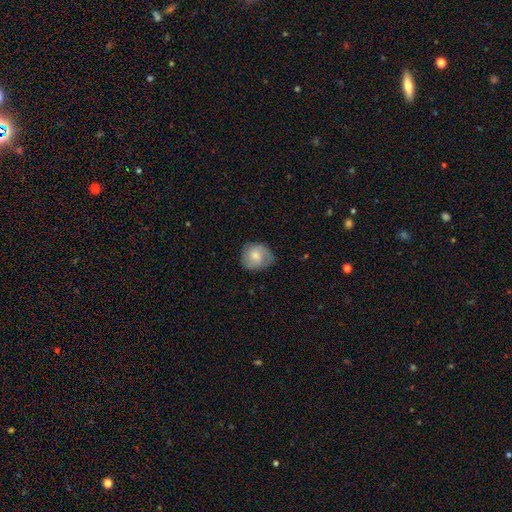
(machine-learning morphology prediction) smooth 57%, featured or disk 36%, star or artifact 7%. Down the decision tree: how rounded — round (71%); merging — none (67%).